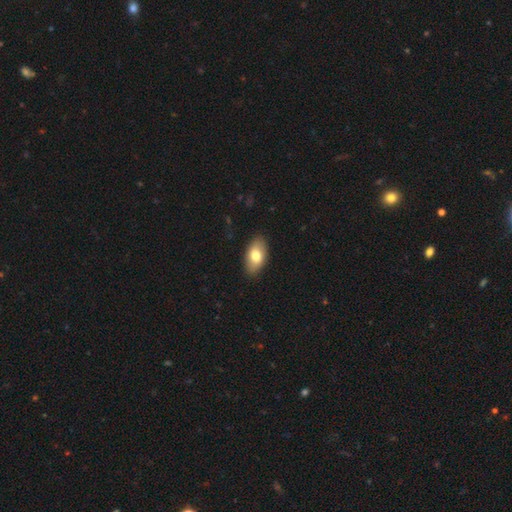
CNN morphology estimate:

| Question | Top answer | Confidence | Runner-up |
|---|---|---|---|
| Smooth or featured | smooth | 77% | featured or disk (17%) |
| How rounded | in between | 93% | round (4%) |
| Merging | none | 88% | minor disturbance (9%) |